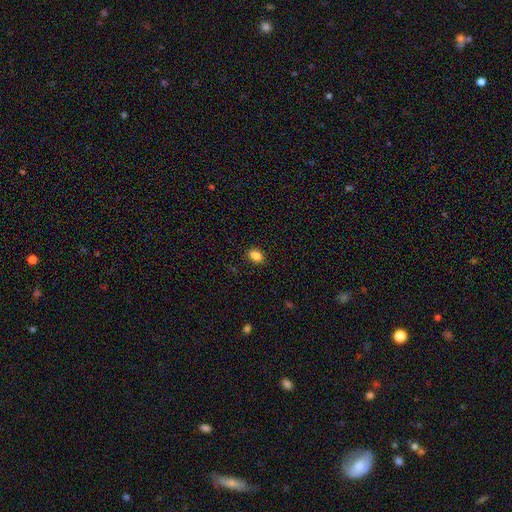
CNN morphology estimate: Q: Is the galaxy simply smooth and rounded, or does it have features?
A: smooth — 86%.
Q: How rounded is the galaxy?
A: in between — 79%.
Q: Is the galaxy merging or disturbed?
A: none — 88%.